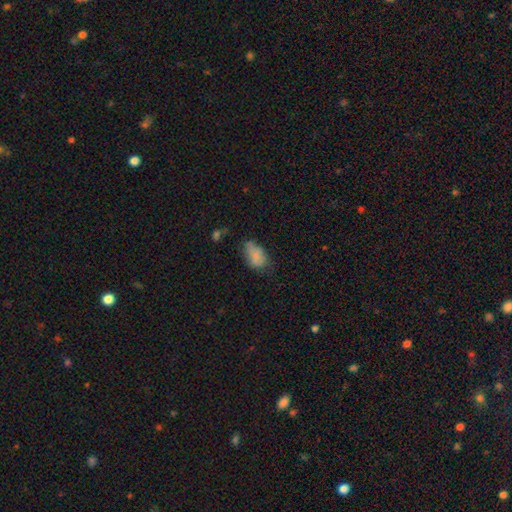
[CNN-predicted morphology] type=smooth (78%); roundness=in between (90%); merging=none (41%).